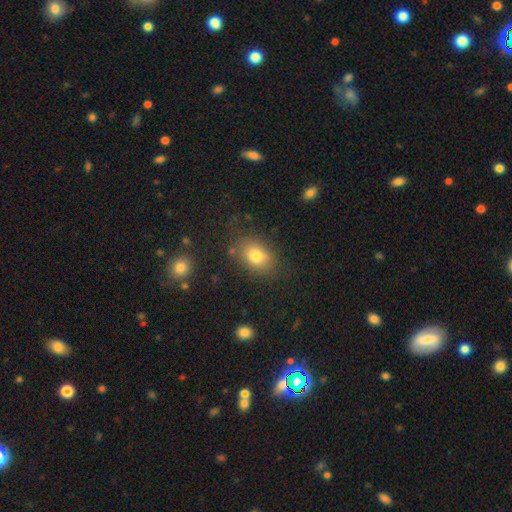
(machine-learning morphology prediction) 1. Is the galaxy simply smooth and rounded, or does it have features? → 78% smooth, 11% star or artifact, 11% featured or disk.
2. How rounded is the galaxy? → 70% in between, 28% round, 1% cigar-shaped.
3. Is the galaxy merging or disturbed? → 77% none, 14% minor disturbance, 5% major disturbance, 4% merger.